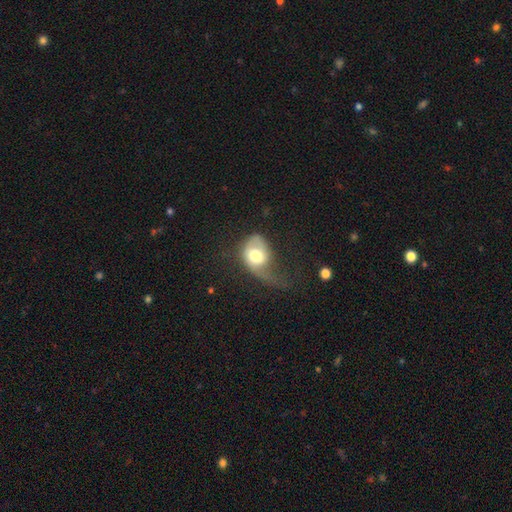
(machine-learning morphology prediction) Smooth or featured: smooth — 52% (featured or disk — 41%)
How rounded: in between — 64% (round — 34%)
Merging: major disturbance — 57% (minor disturbance — 22%)